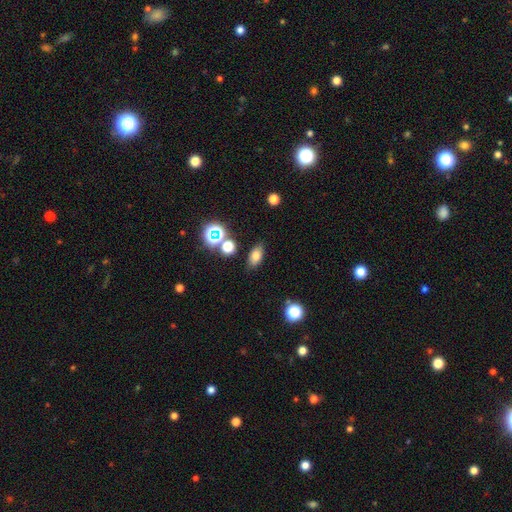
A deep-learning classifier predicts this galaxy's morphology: Smooth or featured? Predicted: smooth (p=0.73). How rounded? Predicted: in between (p=0.84). Merging? Predicted: none (p=0.82).